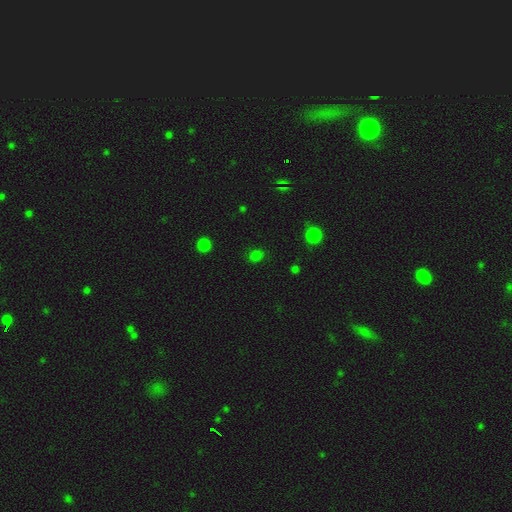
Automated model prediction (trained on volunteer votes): smooth 73%, star or artifact 24%, featured or disk 4%. Down the decision tree: how rounded — round (67%); merging — none (85%).